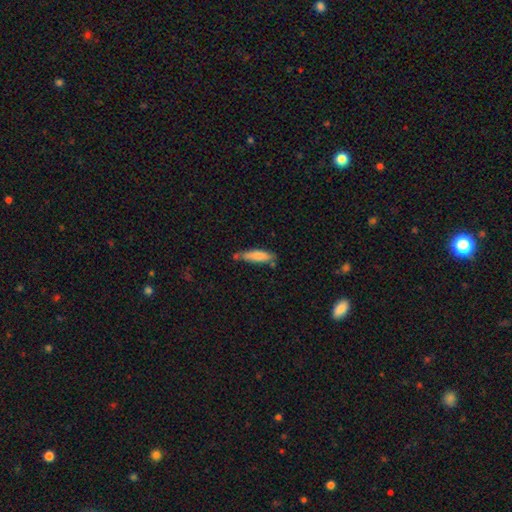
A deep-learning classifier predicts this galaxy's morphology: type=smooth (80%); roundness=cigar-shaped (66%); merging=none (63%).